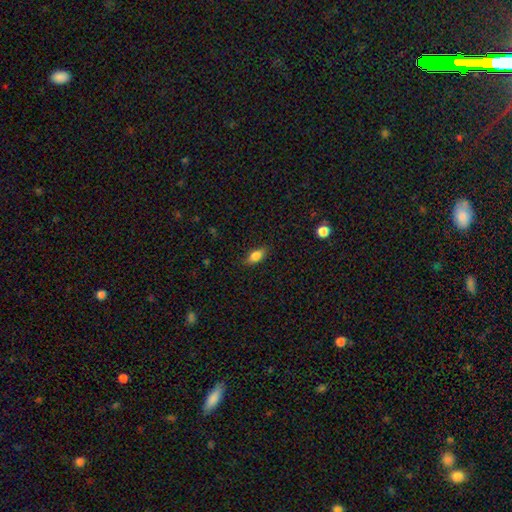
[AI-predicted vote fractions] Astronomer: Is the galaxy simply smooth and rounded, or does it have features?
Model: smooth — 83%.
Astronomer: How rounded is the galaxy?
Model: in between — 85%.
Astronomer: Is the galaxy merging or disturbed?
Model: none — 84%.